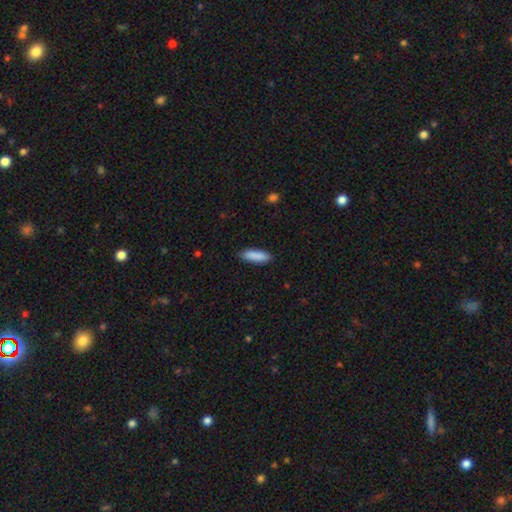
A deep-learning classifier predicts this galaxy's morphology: smooth_or_featured: smooth (p=0.89) [alt: star or artifact p=0.06]
how_rounded: cigar-shaped (p=0.56) [alt: in between p=0.43]
merging: none (p=0.88) [alt: minor disturbance p=0.09]